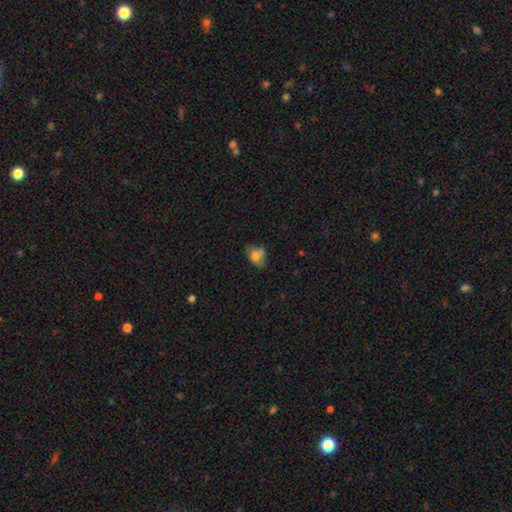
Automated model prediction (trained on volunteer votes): Morphology: type=smooth (70%); roundness=in between (70%); merging=none (39%).